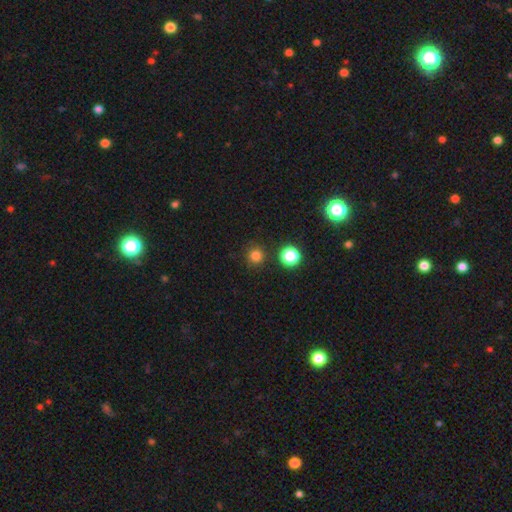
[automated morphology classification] Overall: smooth (79%). How rounded: round (94%). Merging: none (87%).